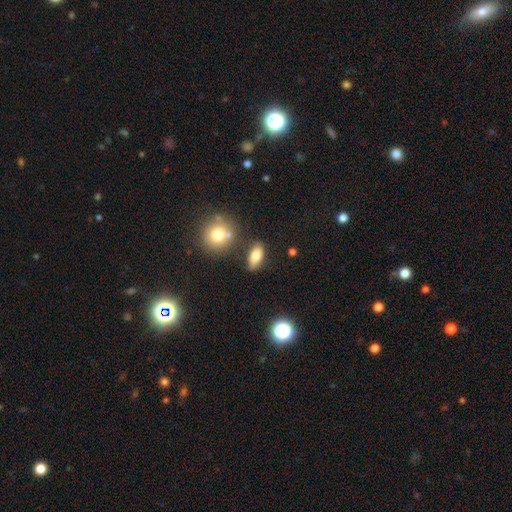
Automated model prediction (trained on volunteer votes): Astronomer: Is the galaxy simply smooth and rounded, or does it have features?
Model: smooth — 77%.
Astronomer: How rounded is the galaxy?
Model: in between — 84%.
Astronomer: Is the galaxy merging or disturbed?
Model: none — 77%.